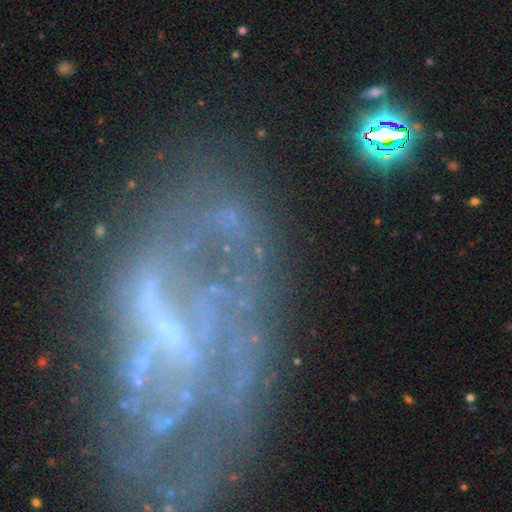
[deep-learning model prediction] Morphology: type=featured or disk (68%); edge-on=no (94%); bar=no (48%); spiral arms=no (55%); bulge=none (57%); merging=none (43%).